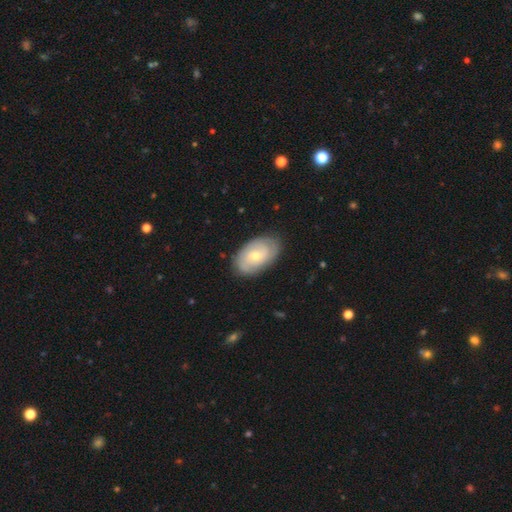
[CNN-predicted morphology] Smooth or featured?
  - featured or disk: 63% *
  - smooth: 32%
  - star or artifact: 6%
Edge-on disk?
  - no: 95% *
  - yes: 5%
Bar?
  - no: 63% *
  - weak: 32%
  - strong: 5%
Spiral arms?
  - yes: 82% *
  - no: 18%
Bulge size?
  - small: 50% *
  - moderate: 46%
  - large: 2%
  - none: 1%
  - dominant: 1%
Merging?
  - none: 82% *
  - minor disturbance: 13%
  - major disturbance: 3%
  - merger: 1%